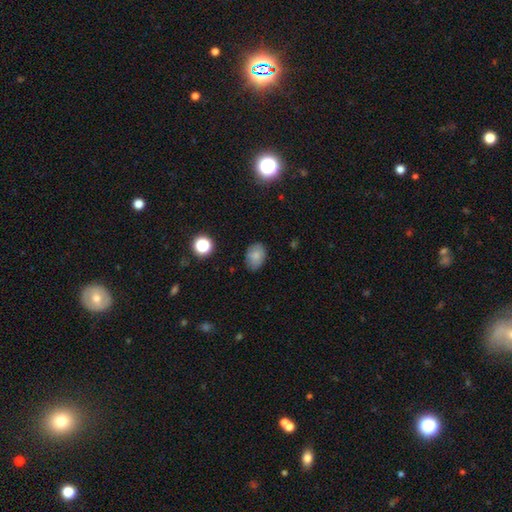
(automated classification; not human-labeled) Smooth or featured? smooth (80%)
How rounded? in between (74%)
Merging? none (78%)